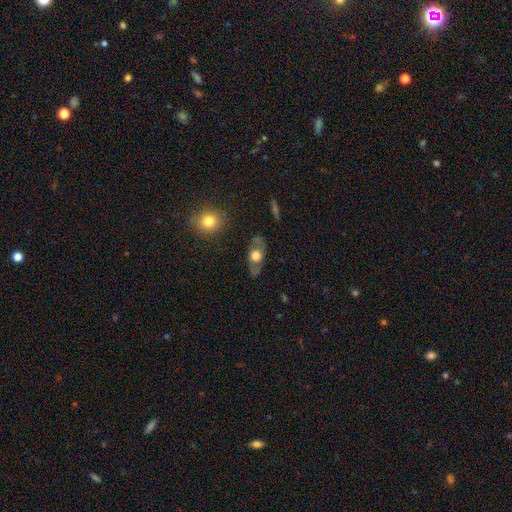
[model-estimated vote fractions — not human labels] The model was most divided on "smooth or featured": featured or disk: 48%, smooth: 44%, star or artifact: 8%. More confident: merging — none (75%).